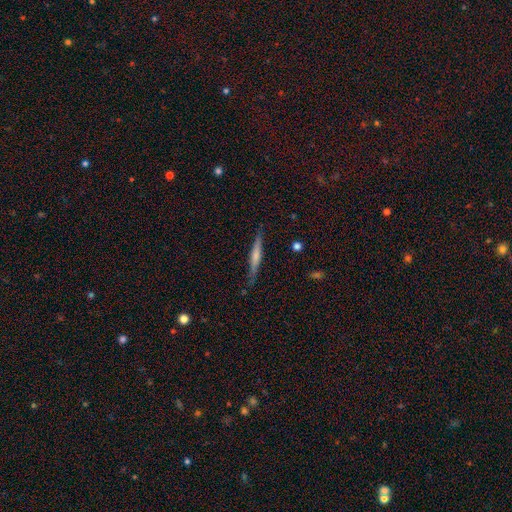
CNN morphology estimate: Smooth or featured? Predicted: featured or disk (p=0.51). Edge-on disk? Predicted: yes (p=0.96). Merging? Predicted: none (p=0.83).